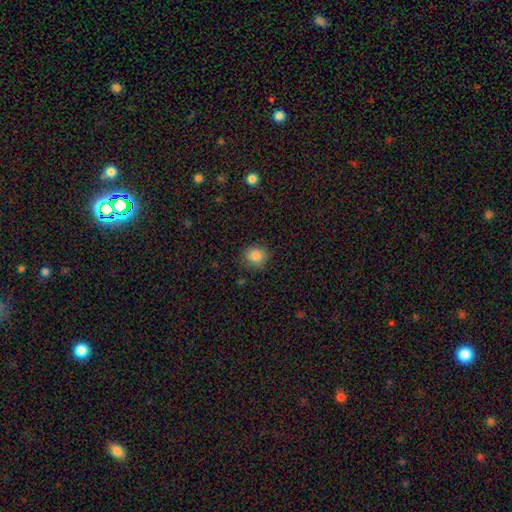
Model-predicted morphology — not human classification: A smooth galaxy with no disk features (85%) that is round (85%).

Vote fractions:
- Smooth or featured? smooth: 85% / star or artifact: 10% / featured or disk: 5%
- How rounded? round: 85% / in between: 14% / cigar-shaped: 1%
- Merging? none: 84% / minor disturbance: 11% / major disturbance: 3% / merger: 1%